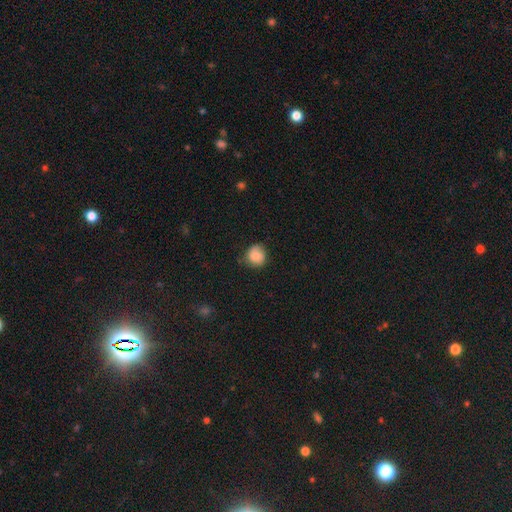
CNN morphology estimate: Overall: smooth (84%). How rounded: round (84%). Merging: none (72%).